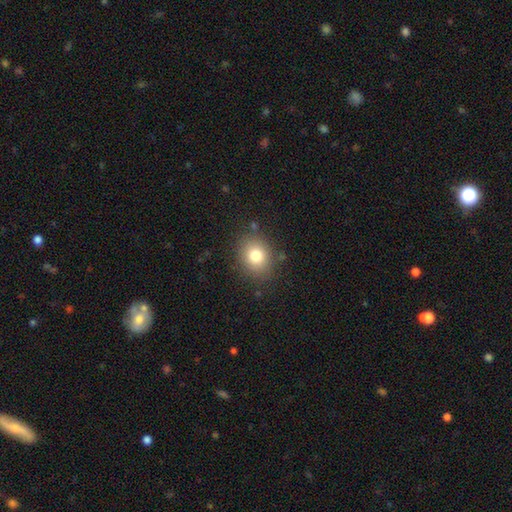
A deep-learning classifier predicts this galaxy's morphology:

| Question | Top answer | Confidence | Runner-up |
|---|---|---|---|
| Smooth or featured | smooth | 78% | star or artifact (11%) |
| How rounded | round | 62% | in between (38%) |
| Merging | none | 83% | minor disturbance (11%) |